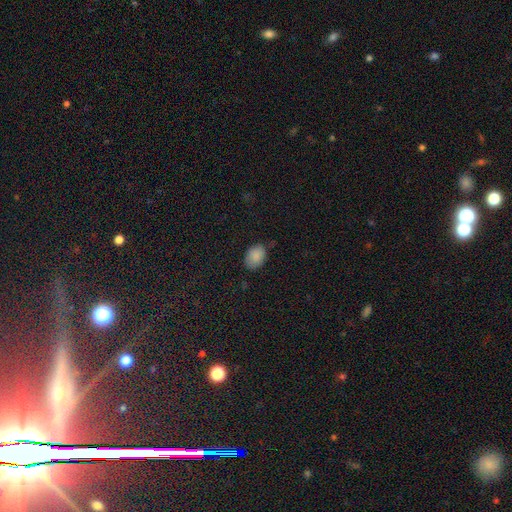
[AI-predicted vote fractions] A smooth galaxy with no disk features (87%) that is in between round and cigar-shaped (76%). Merging: none (74%).